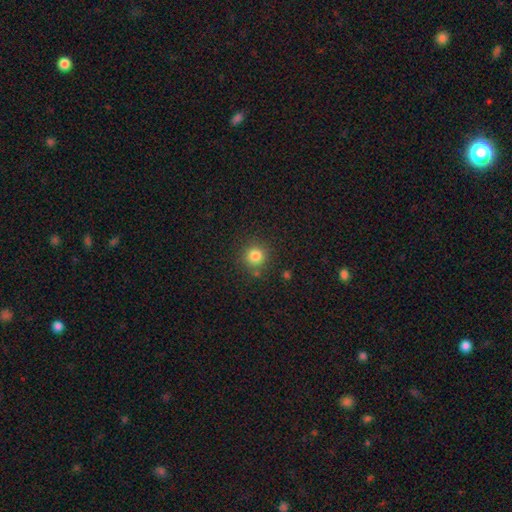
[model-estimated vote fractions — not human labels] Q: Smooth or featured?
A: smooth (82%); runner-up: star or artifact (12%)
Q: How rounded?
A: round (94%); runner-up: in between (6%)
Q: Merging?
A: none (85%); runner-up: minor disturbance (8%)